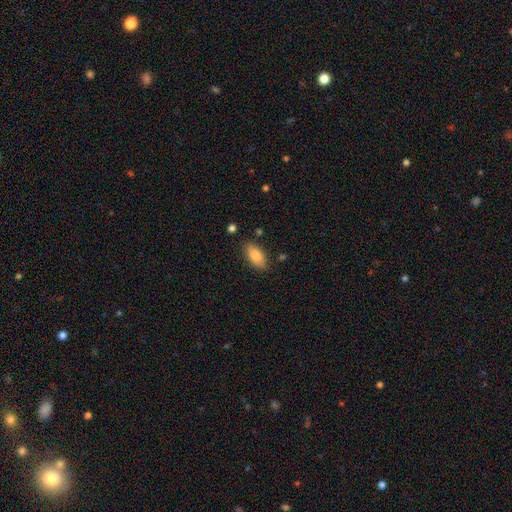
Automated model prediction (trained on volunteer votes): A smooth galaxy with no disk features (84%) that is in between round and cigar-shaped (89%).

Vote fractions:
- Smooth or featured? smooth: 84% / featured or disk: 9% / star or artifact: 7%
- How rounded? in between: 89% / cigar-shaped: 9% / round: 3%
- Merging? none: 82% / minor disturbance: 13% / major disturbance: 3% / merger: 2%